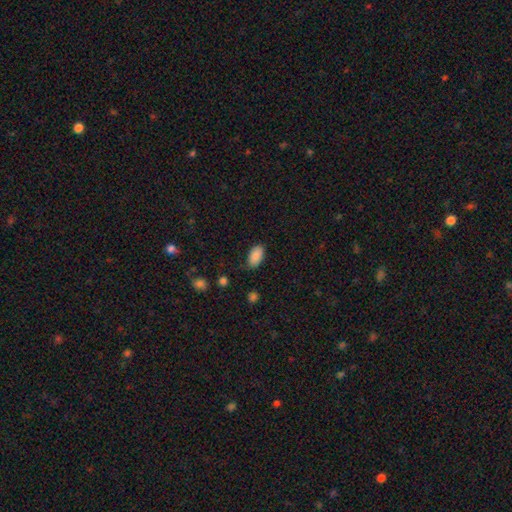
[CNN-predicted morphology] Smooth or featured: smooth — 88% (star or artifact — 8%)
How rounded: in between — 94% (round — 4%)
Merging: none — 77% (minor disturbance — 17%)